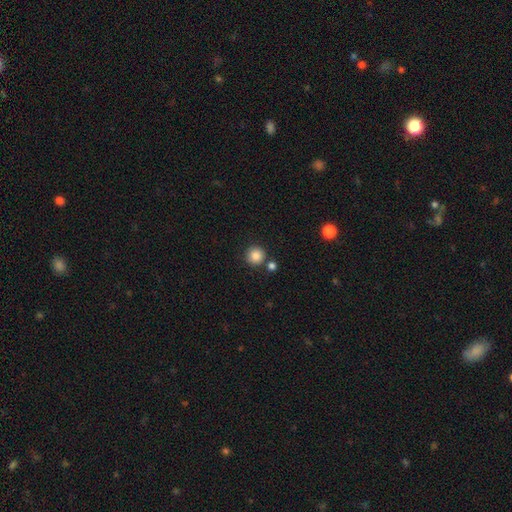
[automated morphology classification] Smooth or featured? smooth (86%)
How rounded? round (94%)
Merging? none (81%)